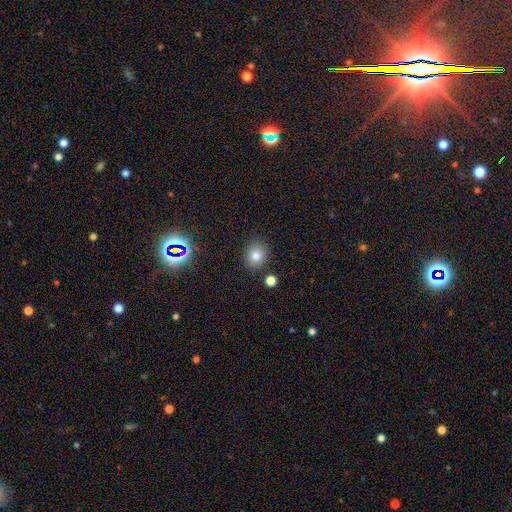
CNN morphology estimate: A smooth galaxy with no disk features (79%) that is round (71%). Merging: none (84%).